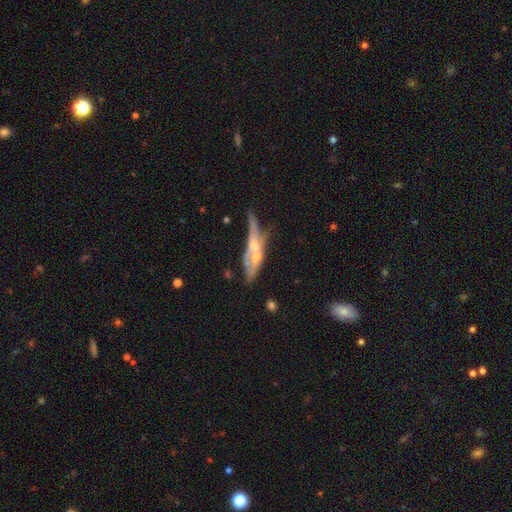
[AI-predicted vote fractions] Smooth or featured? Predicted: featured or disk (p=0.61). Edge-on disk? Predicted: no (p=0.52). Merging? Predicted: merger (p=0.43).